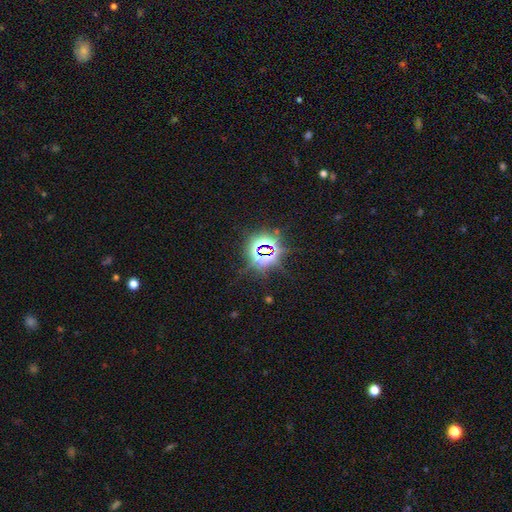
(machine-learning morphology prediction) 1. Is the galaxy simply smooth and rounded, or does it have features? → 82% star or artifact, 11% smooth, 7% featured or disk.